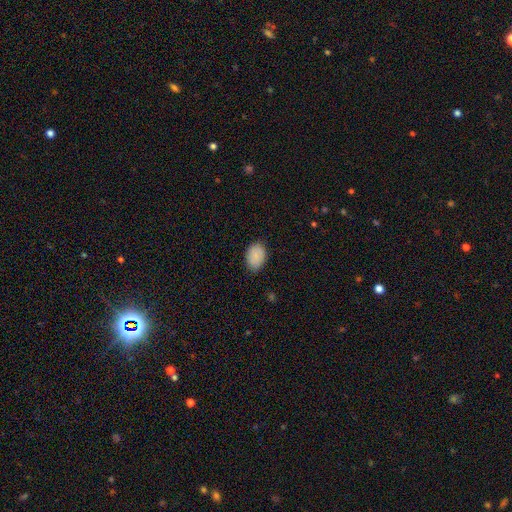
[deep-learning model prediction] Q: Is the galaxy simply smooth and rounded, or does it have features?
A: smooth — 88%.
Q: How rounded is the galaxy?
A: in between — 83%.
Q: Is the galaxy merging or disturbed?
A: none — 81%.